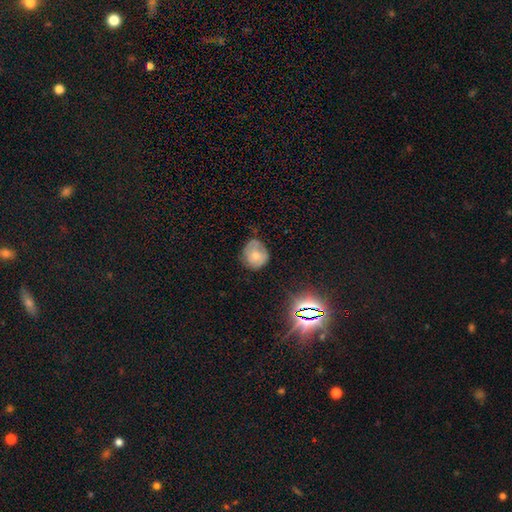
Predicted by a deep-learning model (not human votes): Q: Smooth or featured?
A: smooth (60%); runner-up: featured or disk (29%)
Q: How rounded?
A: round (80%); runner-up: in between (19%)
Q: Merging?
A: none (62%); runner-up: minor disturbance (29%)